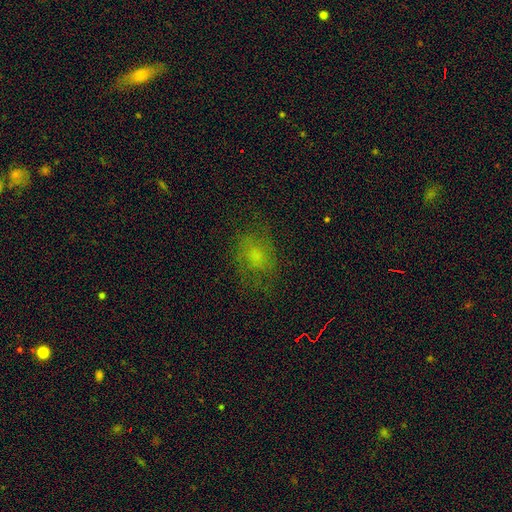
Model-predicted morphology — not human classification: Overall: smooth (58%; featured or disk 25%). How rounded: in between (58%; round 40%). Merging: none (63%).